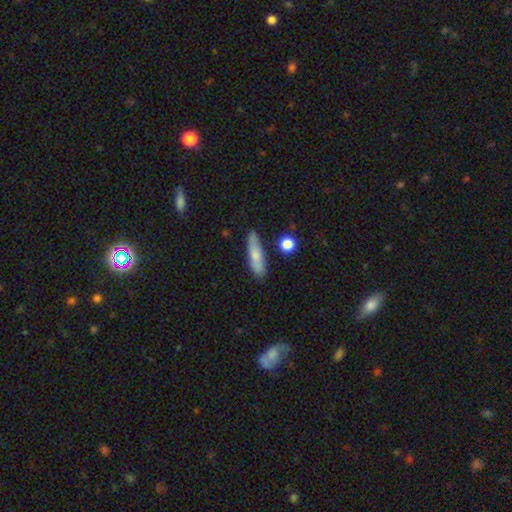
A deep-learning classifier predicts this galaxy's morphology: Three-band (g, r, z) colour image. It shows a smooth galaxy with no disk features (71%) that is cigar-shaped (61%). Merging: none (79%).